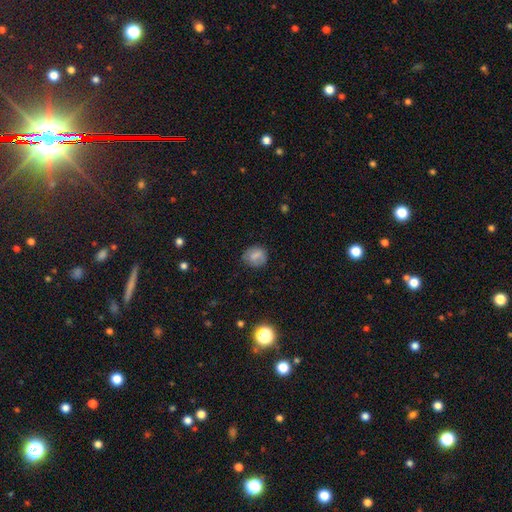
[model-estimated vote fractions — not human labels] This appears to be a smooth galaxy with no disk features (75%) that is round (68%). Merging: none (75%).